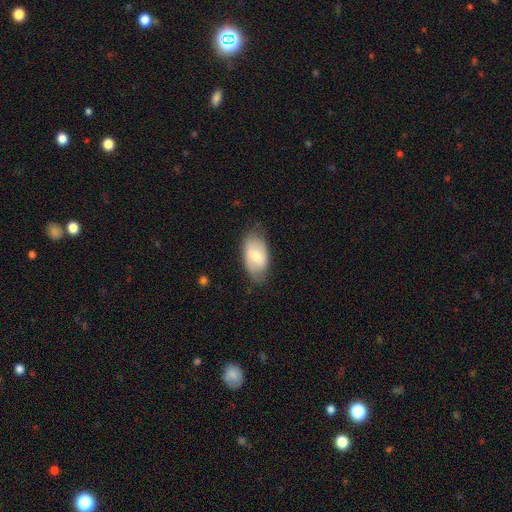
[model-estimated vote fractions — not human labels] A smooth galaxy with no disk features (67%) that is in between round and cigar-shaped (94%).

Vote fractions:
- Smooth or featured? smooth: 67% / featured or disk: 27% / star or artifact: 6%
- How rounded? in between: 94% / round: 4% / cigar-shaped: 2%
- Merging? none: 68% / minor disturbance: 25% / major disturbance: 6% / merger: 1%